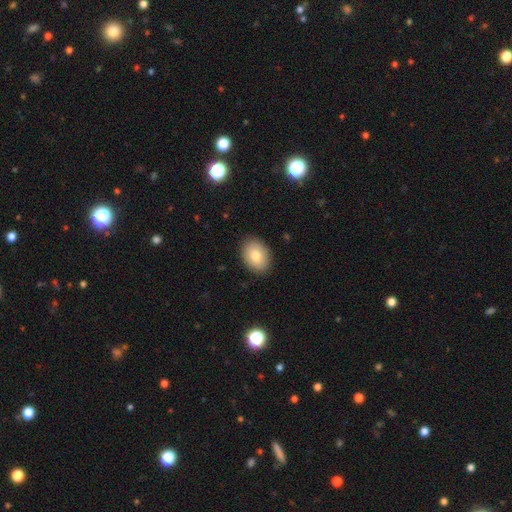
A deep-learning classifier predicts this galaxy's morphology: Smooth or featured? Predicted: smooth (p=0.81). How rounded? Predicted: in between (p=0.77). Merging? Predicted: none (p=0.88).